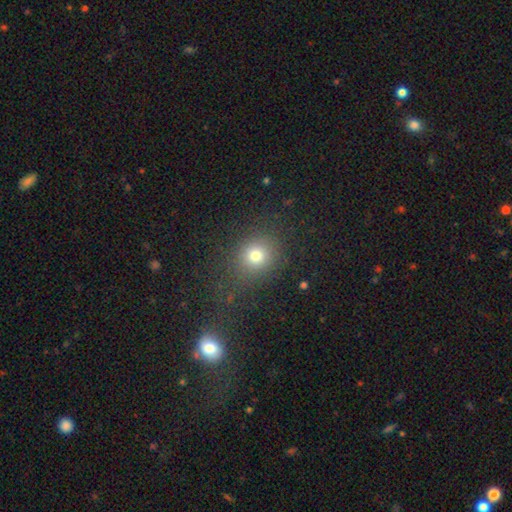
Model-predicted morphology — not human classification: A smooth galaxy with no disk features (74%) that is round (77%).

Vote fractions:
- Smooth or featured? smooth: 74% / star or artifact: 18% / featured or disk: 8%
- How rounded? round: 77% / in between: 21% / cigar-shaped: 2%
- Merging? none: 77% / minor disturbance: 10% / major disturbance: 8% / merger: 5%